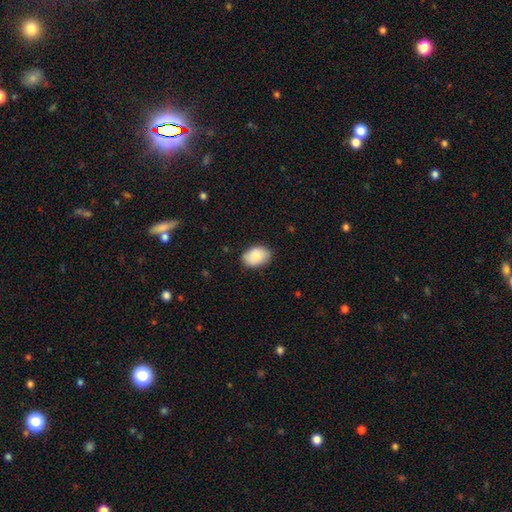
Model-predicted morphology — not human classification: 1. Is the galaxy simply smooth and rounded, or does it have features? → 86% smooth, 8% featured or disk, 6% star or artifact.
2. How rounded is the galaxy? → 86% in between, 13% round, 1% cigar-shaped.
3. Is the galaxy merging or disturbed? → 83% none, 13% minor disturbance, 2% major disturbance, 1% merger.